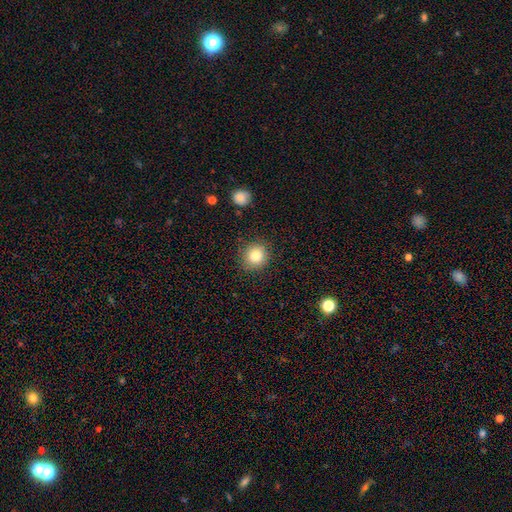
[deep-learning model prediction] The model was most divided on "smooth or featured": smooth: 82%, star or artifact: 10%, featured or disk: 8%. More confident: merging — none (87%); how rounded — round (87%).